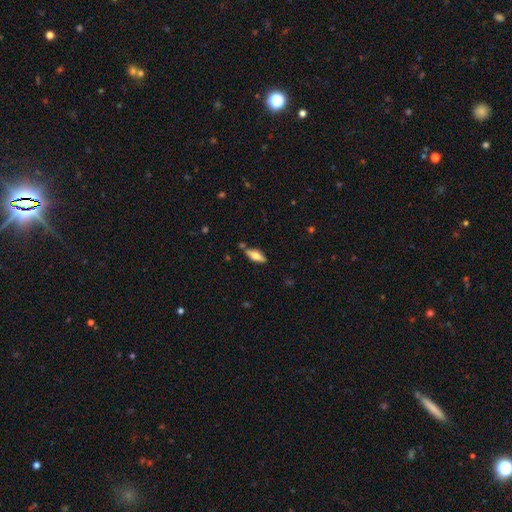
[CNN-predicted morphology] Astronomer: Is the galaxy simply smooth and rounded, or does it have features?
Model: smooth — 55% (runner-up: featured or disk, 38%).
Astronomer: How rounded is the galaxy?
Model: in between — 65%.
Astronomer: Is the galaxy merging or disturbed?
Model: none — 75%.